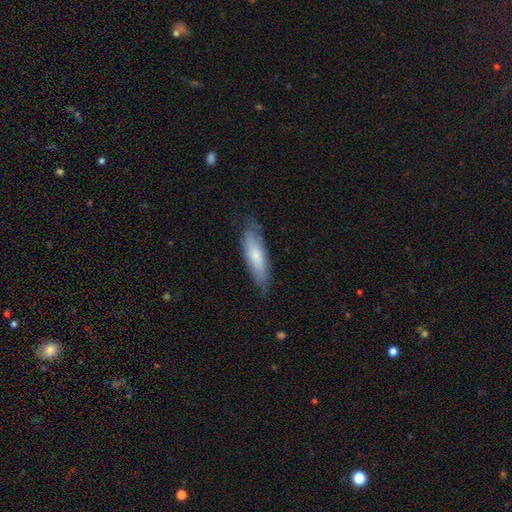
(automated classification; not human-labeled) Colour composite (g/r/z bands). It shows a smooth galaxy with no disk features (66%) that is cigar-shaped (61%). Merging: none (75%).